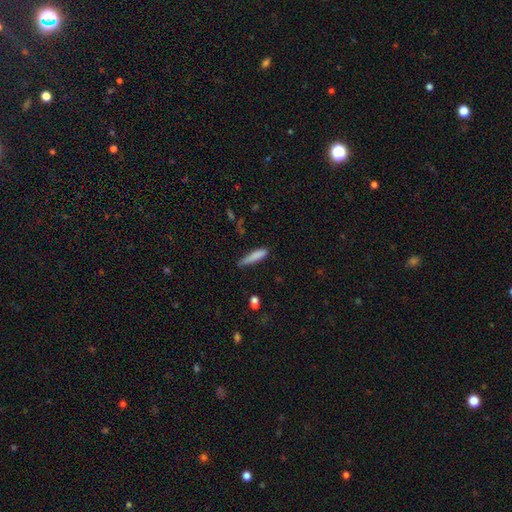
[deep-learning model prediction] This appears to be a smooth galaxy with no disk features (82%) that is cigar-shaped (83%). Merging: none (59%).